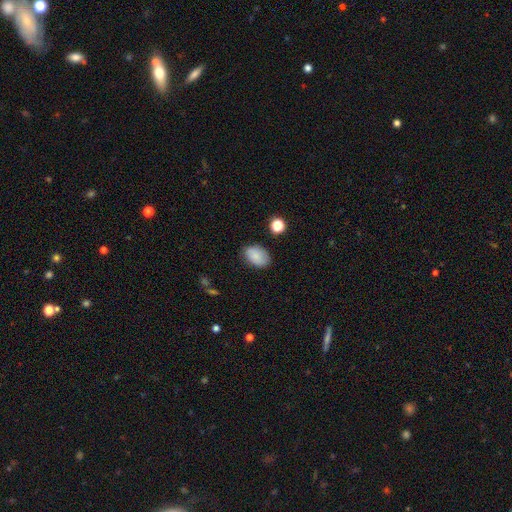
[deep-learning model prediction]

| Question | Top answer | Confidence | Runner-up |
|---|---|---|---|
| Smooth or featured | smooth | 85% | star or artifact (8%) |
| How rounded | in between | 87% | round (12%) |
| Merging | none | 79% | minor disturbance (16%) |